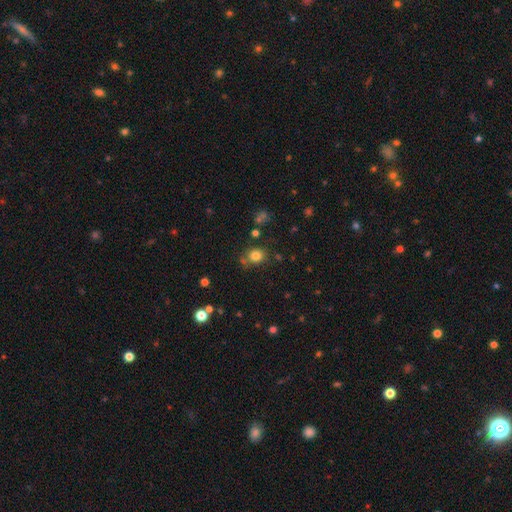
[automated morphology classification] This is likely a smooth galaxy (80%). How rounded: likely round (70%). Merging: likely none (74%).